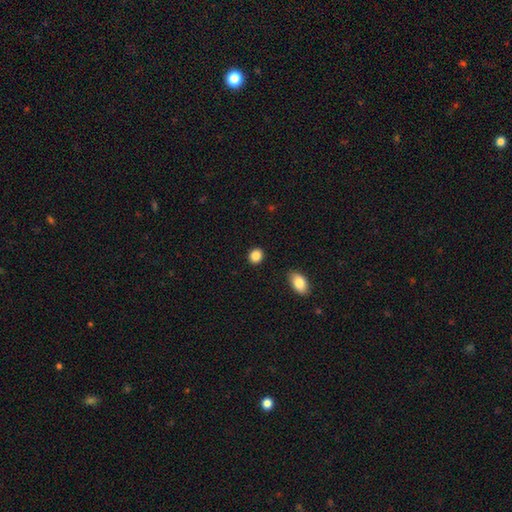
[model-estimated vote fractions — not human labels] Overall: smooth (86%). How rounded: round (71%). Merging: none (89%).